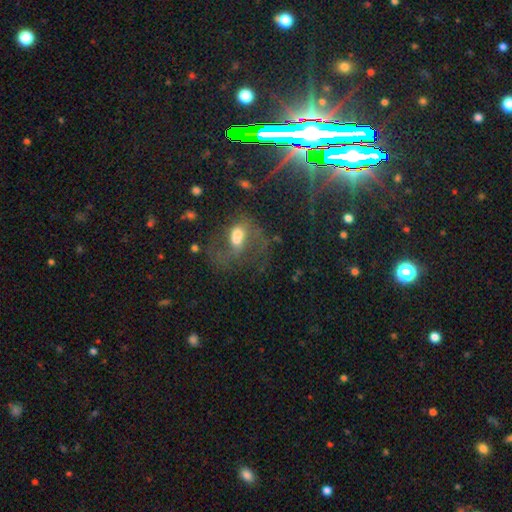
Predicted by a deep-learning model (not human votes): This is marginally a featured or disk galaxy (44%). Merging: possibly none (57%).